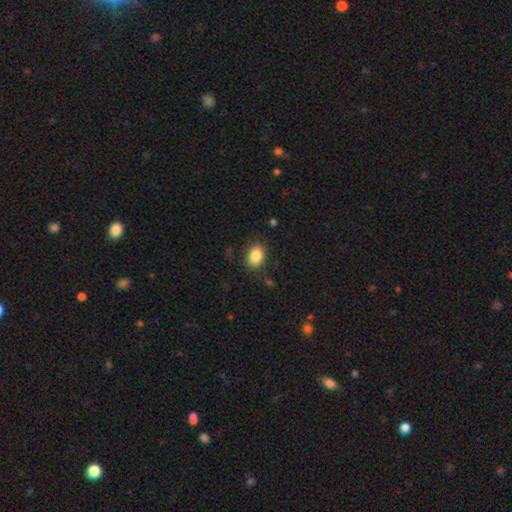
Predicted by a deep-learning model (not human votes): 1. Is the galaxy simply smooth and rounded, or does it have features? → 86% smooth, 9% star or artifact, 5% featured or disk.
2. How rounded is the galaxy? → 69% in between, 30% round, 1% cigar-shaped.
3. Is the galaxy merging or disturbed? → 84% none, 11% minor disturbance, 3% major disturbance, 2% merger.